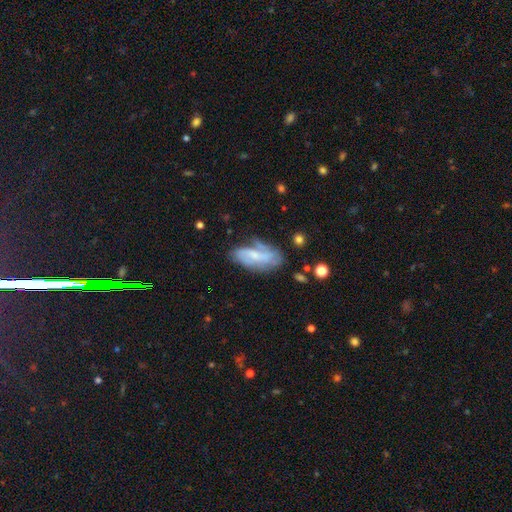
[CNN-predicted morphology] smooth_or_featured: featured or disk (p=0.57) [alt: smooth p=0.35]
disk_edge_on: no (p=0.90) [alt: yes p=0.10]
bar: no (p=0.45) [alt: weak p=0.39]
has_spiral_arms: yes (p=0.79) [alt: no p=0.21]
bulge_size: small (p=0.51) [alt: moderate p=0.26]
merging: none (p=0.52) [alt: minor disturbance p=0.27]